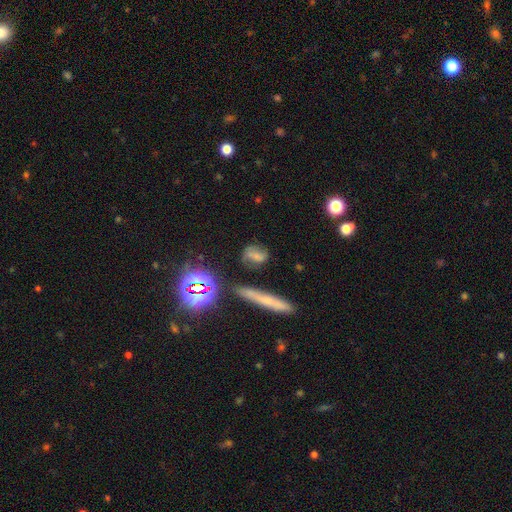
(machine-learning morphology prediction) type=smooth (52%); roundness=in between (51%); merging=none (63%).